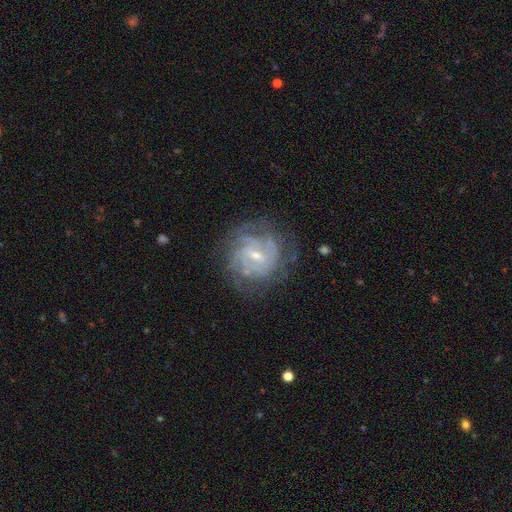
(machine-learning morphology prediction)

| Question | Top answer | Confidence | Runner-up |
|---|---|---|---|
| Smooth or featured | featured or disk | 83% | smooth (10%) |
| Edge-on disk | no | 98% | yes (2%) |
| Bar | weak | 57% | no (29%) |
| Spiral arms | yes | 92% | no (8%) |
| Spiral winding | tight | 65% | medium (28%) |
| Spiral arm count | can't tell | 42% | 2 (16%) |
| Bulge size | small | 63% | moderate (32%) |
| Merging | none | 72% | minor disturbance (17%) |